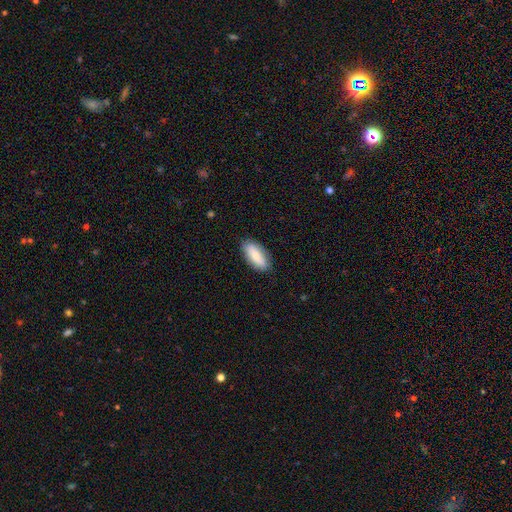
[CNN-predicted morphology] This is likely a smooth galaxy (73%). How rounded: clearly in between (84%). Merging: clearly none (85%).